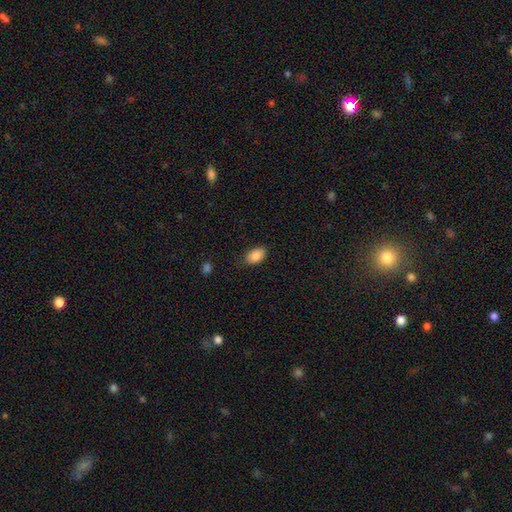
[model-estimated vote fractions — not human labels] This appears to be a smooth galaxy with no disk features (87%) that is in between round and cigar-shaped (89%). Merging: none (81%).